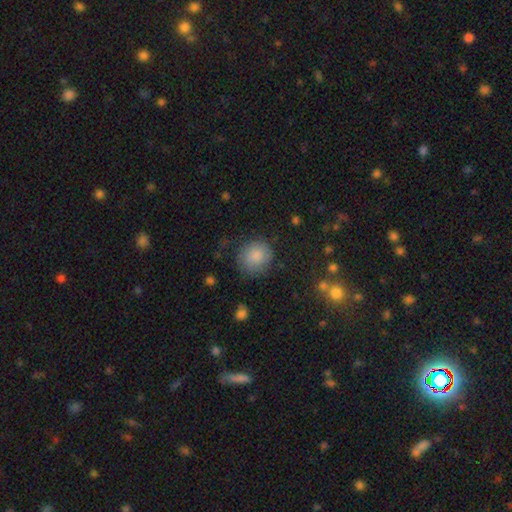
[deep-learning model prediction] smooth-or-featured: smooth: 83% | star or artifact: 8% | featured or disk: 8%
  how-rounded: round: 83% | in between: 16% | cigar-shaped: 1%
  merging: none: 72% | minor disturbance: 18% | major disturbance: 8% | merger: 2%